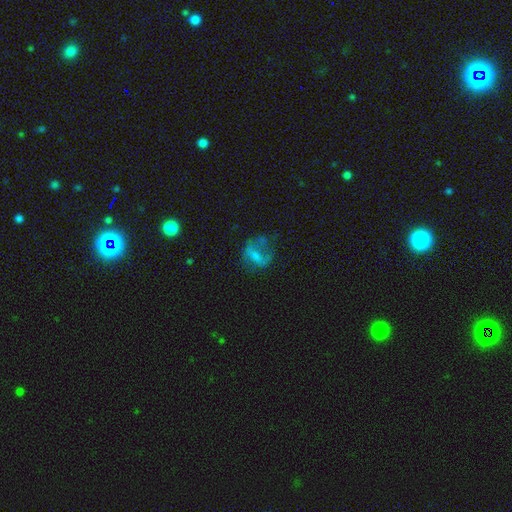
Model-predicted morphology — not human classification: featured or disk 49%, smooth 36%, star or artifact 15%. Down the decision tree: merging — none (44%).